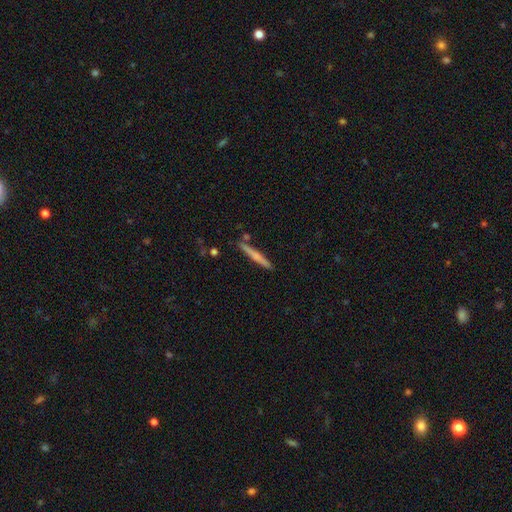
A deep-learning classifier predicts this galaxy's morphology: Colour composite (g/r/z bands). It shows a smooth galaxy with no disk features (54%) that is cigar-shaped (95%). Merging: none (85%).